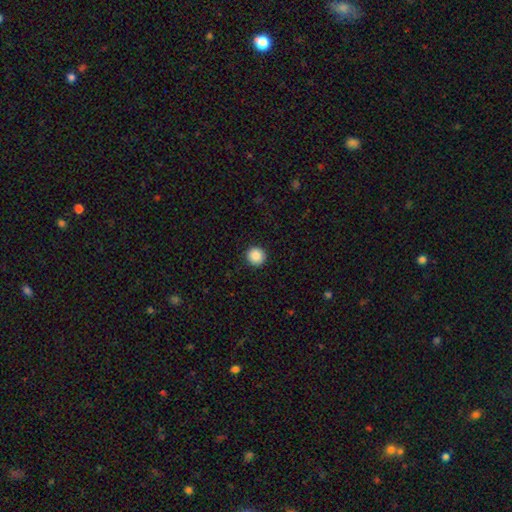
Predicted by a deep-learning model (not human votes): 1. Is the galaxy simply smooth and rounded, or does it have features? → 88% smooth, 9% star or artifact, 3% featured or disk.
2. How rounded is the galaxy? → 95% round, 4% in between, 1% cigar-shaped.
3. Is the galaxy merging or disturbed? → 93% none, 5% minor disturbance, 2% major disturbance, 1% merger.